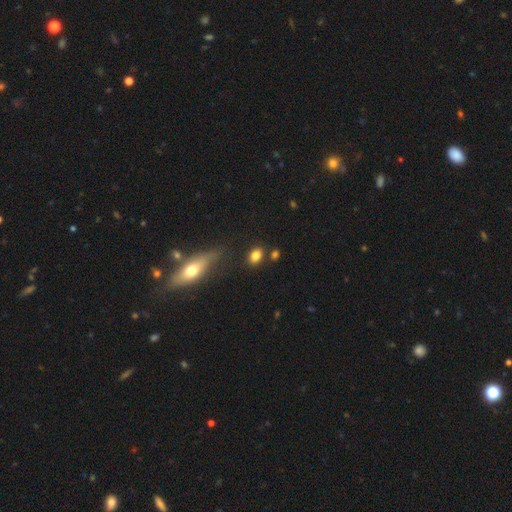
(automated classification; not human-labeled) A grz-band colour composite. It shows a smooth galaxy with no disk features (83%) that is in between round and cigar-shaped (71%). Merging: none (78%).